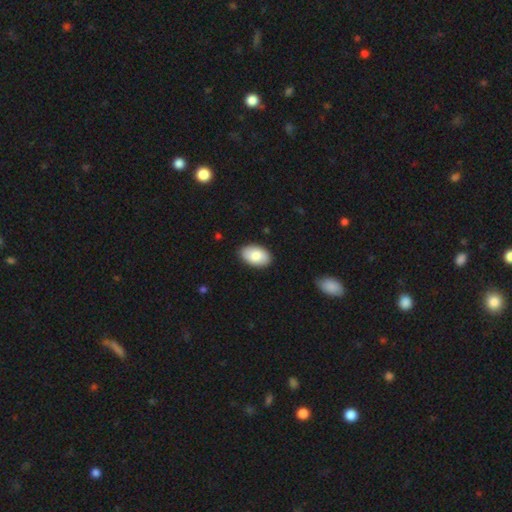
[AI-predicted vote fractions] A smooth galaxy with no disk features (84%) that is in between round and cigar-shaped (94%).

Vote fractions:
- Smooth or featured? smooth: 84% / featured or disk: 11% / star or artifact: 6%
- How rounded? in between: 94% / round: 5% / cigar-shaped: 1%
- Merging? none: 88% / minor disturbance: 9% / major disturbance: 2% / merger: 1%